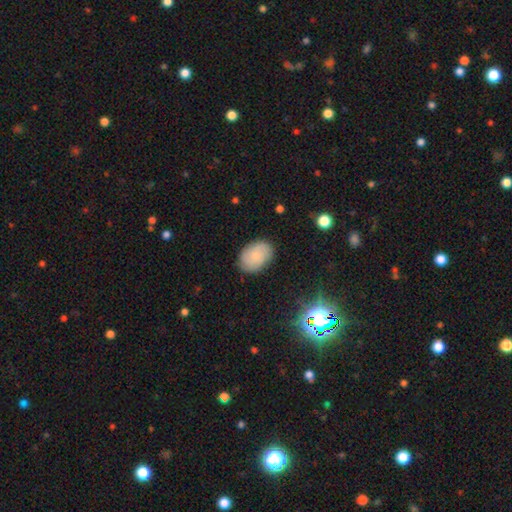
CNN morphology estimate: Smooth or featured: smooth — 73% (featured or disk — 18%)
How rounded: in between — 85% (round — 14%)
Merging: none — 84% (minor disturbance — 12%)